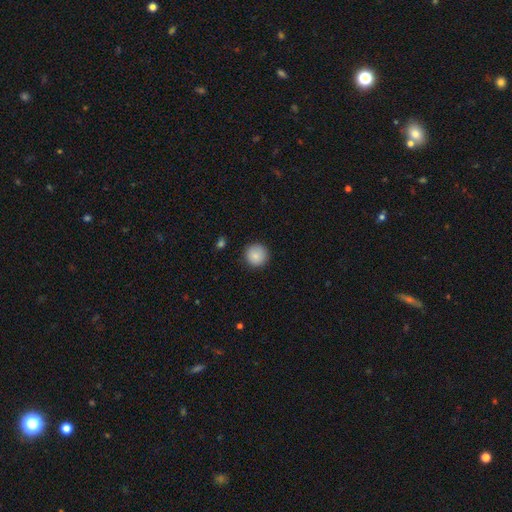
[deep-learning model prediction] A smooth galaxy with no disk features (87%) that is round (95%). Merging: none (91%).